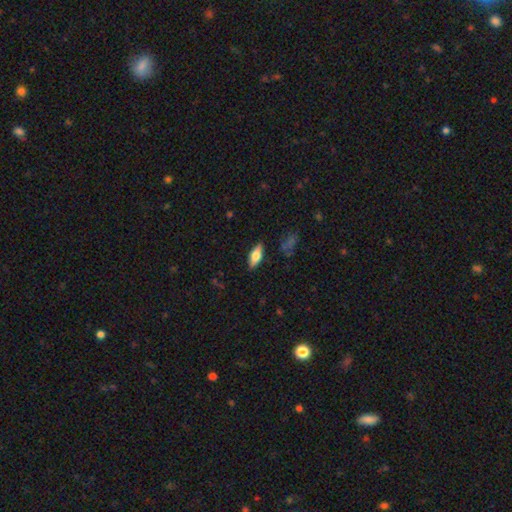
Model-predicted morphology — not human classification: smooth_or_featured: smooth (p=0.62) [alt: featured or disk p=0.31]
how_rounded: in between (p=0.75) [alt: cigar-shaped p=0.22]
merging: none (p=0.86) [alt: minor disturbance p=0.11]